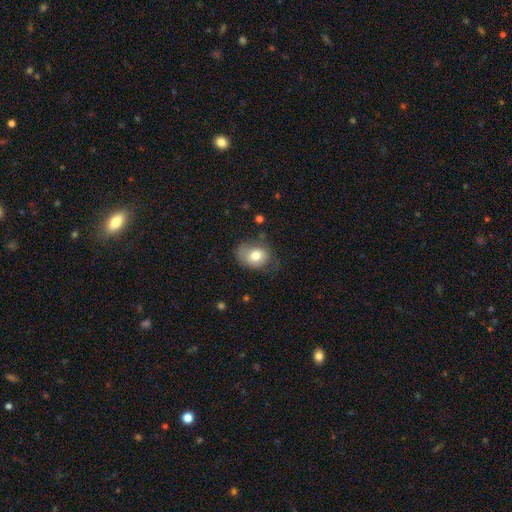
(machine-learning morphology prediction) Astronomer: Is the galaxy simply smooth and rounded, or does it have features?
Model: smooth — 73%.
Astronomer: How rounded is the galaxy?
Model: in between — 57% (runner-up: round, 43%).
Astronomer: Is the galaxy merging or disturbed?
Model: none — 52% (runner-up: minor disturbance, 31%).